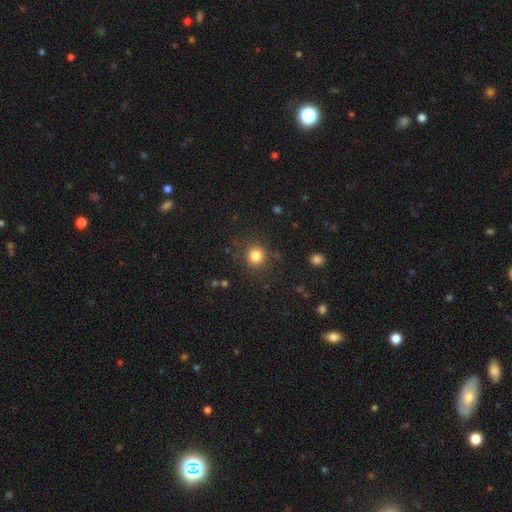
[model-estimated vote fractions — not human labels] Smooth or featured: smooth — 82% (star or artifact — 12%)
How rounded: round — 89% (in between — 11%)
Merging: none — 85% (minor disturbance — 9%)